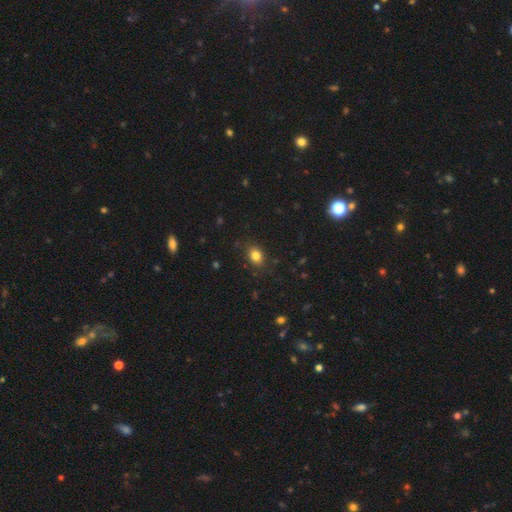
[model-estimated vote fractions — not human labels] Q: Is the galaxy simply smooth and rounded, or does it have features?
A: smooth — 82%.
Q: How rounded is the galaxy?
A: in between — 65%.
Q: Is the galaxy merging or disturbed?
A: none — 85%.